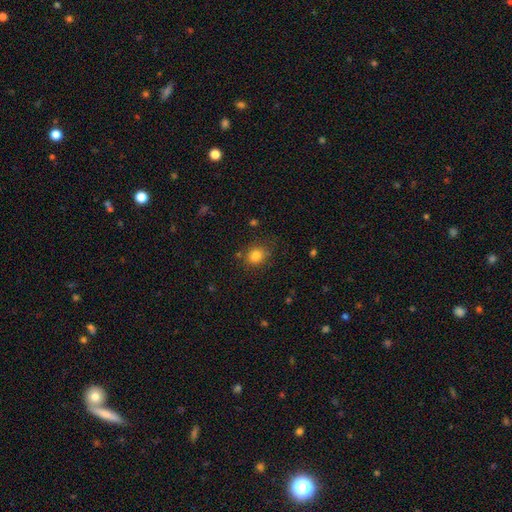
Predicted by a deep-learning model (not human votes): Smooth or featured: smooth — 82% (star or artifact — 12%)
How rounded: round — 67% (in between — 32%)
Merging: none — 77% (minor disturbance — 15%)